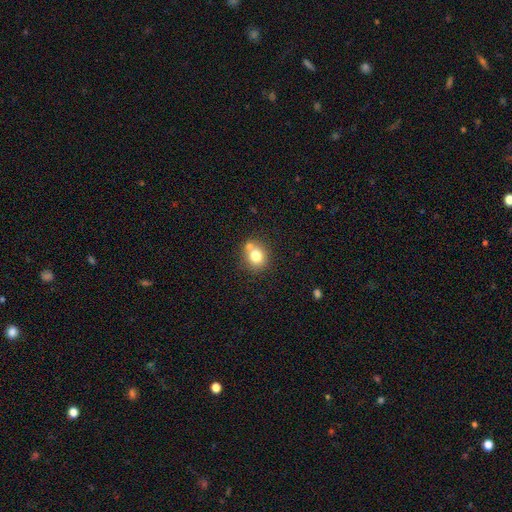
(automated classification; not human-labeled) smooth-or-featured: smooth: 75% | featured or disk: 14% | star or artifact: 11%
  how-rounded: round: 74% | in between: 25% | cigar-shaped: 1%
  merging: none: 57% | merger: 28% | minor disturbance: 11% | major disturbance: 3%